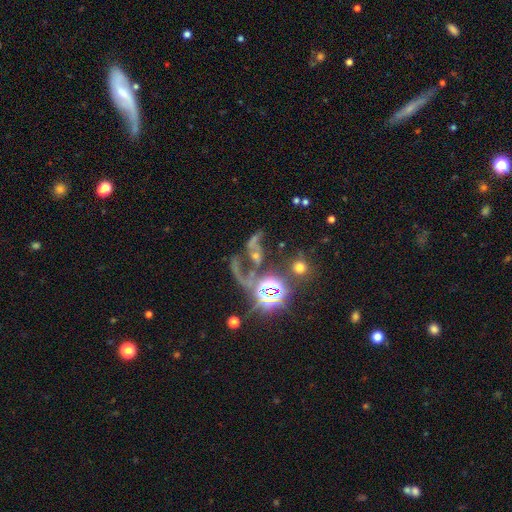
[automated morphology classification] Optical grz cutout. It shows a featured or disk galaxy (48%). Merging: major disturbance (36%).